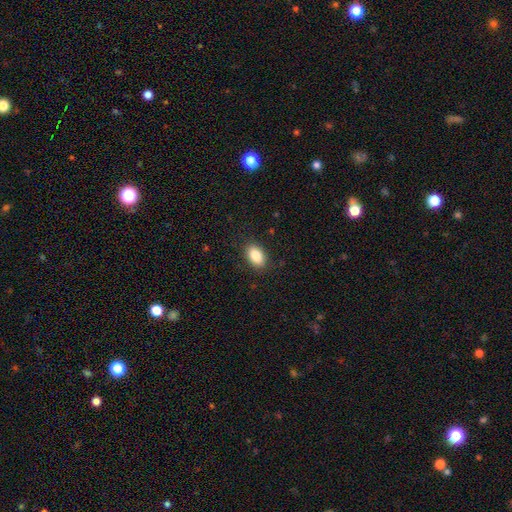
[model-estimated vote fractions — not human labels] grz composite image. It shows a smooth galaxy with no disk features (87%) that is in between round and cigar-shaped (89%). Merging: none (87%).